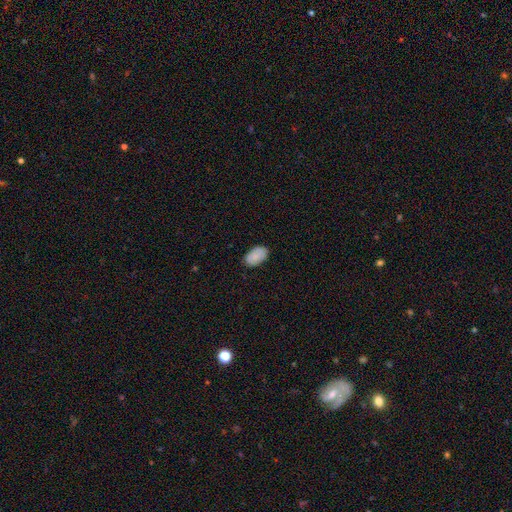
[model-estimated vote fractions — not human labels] Smooth or featured? smooth (84%)
How rounded? in between (93%)
Merging? none (85%)